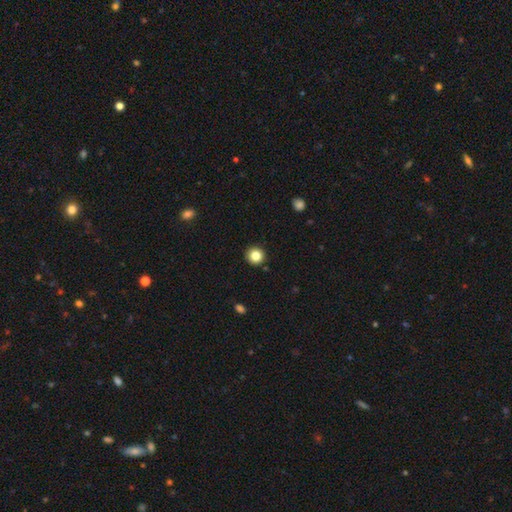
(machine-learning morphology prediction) Smooth or featured? Predicted: smooth (p=0.84). How rounded? Predicted: round (p=0.95). Merging? Predicted: none (p=0.92).